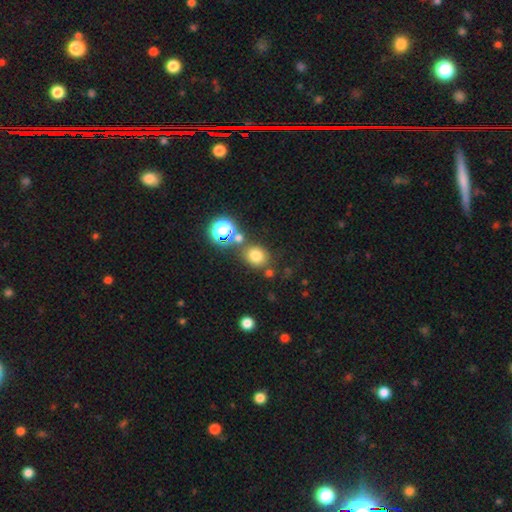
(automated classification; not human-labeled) Smooth or featured? smooth (74%)
How rounded? round (70%)
Merging? none (74%)